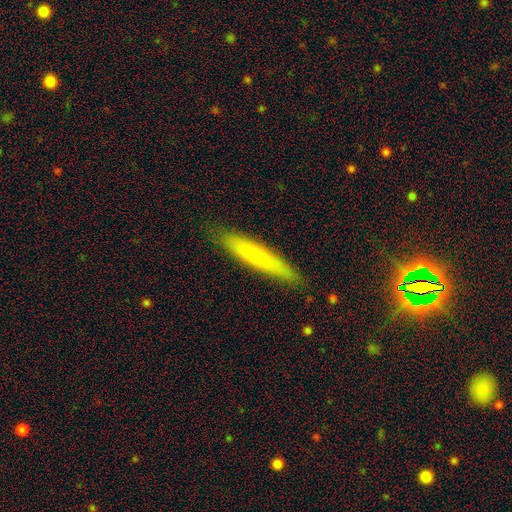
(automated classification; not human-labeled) A smooth galaxy with no disk features (72%) that is cigar-shaped (92%). Merging: none (88%).